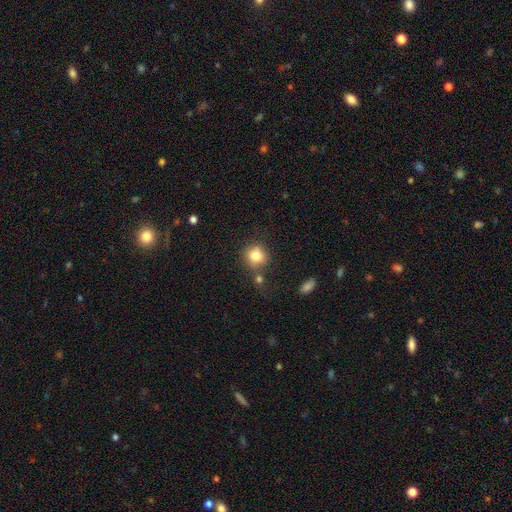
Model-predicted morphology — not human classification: Smooth or featured? Predicted: smooth (p=0.81). How rounded? Predicted: round (p=0.86). Merging? Predicted: none (p=0.71).